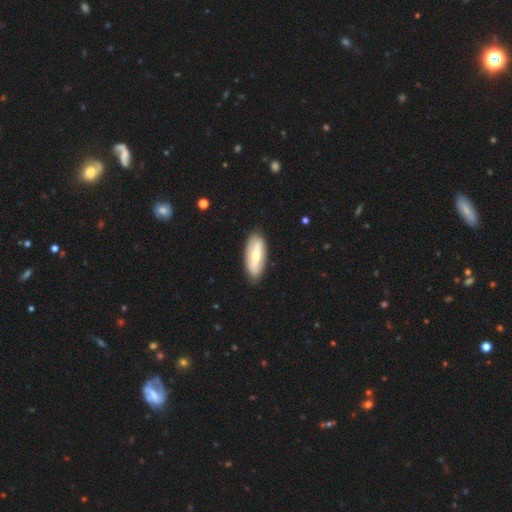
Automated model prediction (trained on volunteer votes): A featured or disk galaxy (58%).

Vote fractions:
- Smooth or featured? featured or disk: 58% / smooth: 37% / star or artifact: 4%
- Edge-on disk? no: 76% / yes: 24%
- Merging? none: 87% / minor disturbance: 9% / major disturbance: 2% / merger: 1%